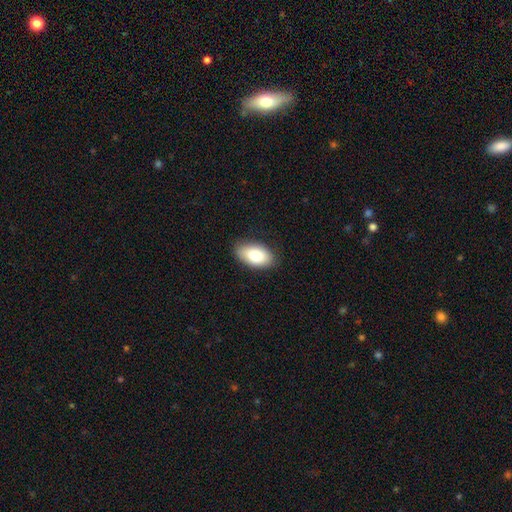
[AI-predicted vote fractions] This appears to be a smooth galaxy with no disk features (81%) that is in between round and cigar-shaped (93%). Merging: none (86%).